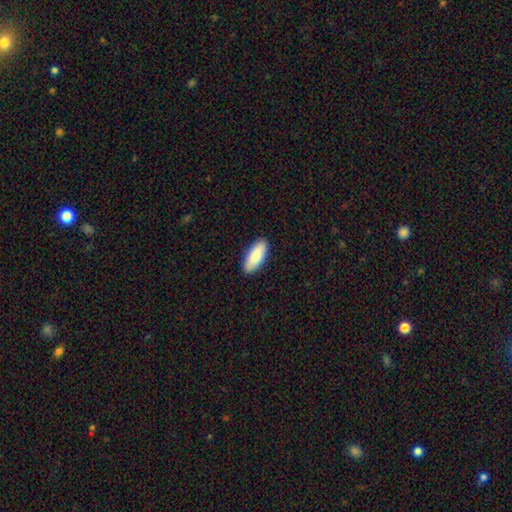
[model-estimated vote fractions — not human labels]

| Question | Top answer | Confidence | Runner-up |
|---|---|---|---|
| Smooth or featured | smooth | 88% | featured or disk (7%) |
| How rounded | in between | 82% | cigar-shaped (16%) |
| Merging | none | 90% | minor disturbance (7%) |